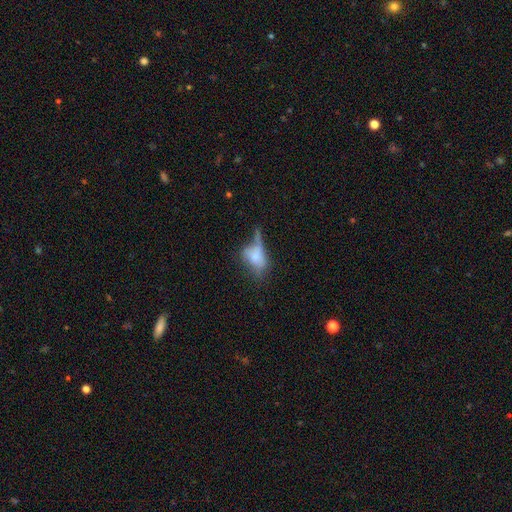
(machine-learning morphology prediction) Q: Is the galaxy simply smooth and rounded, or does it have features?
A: smooth — 54%.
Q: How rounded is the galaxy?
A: in between — 78%.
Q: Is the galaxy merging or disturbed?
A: none — 30%.